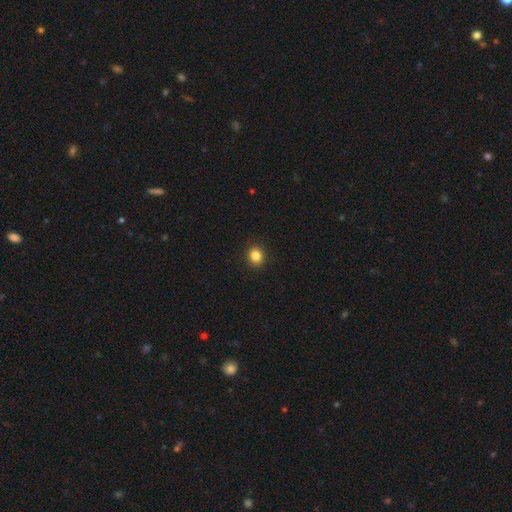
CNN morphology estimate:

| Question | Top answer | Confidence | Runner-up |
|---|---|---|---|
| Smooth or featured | smooth | 84% | star or artifact (11%) |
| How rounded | round | 76% | in between (23%) |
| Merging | none | 91% | minor disturbance (6%) |